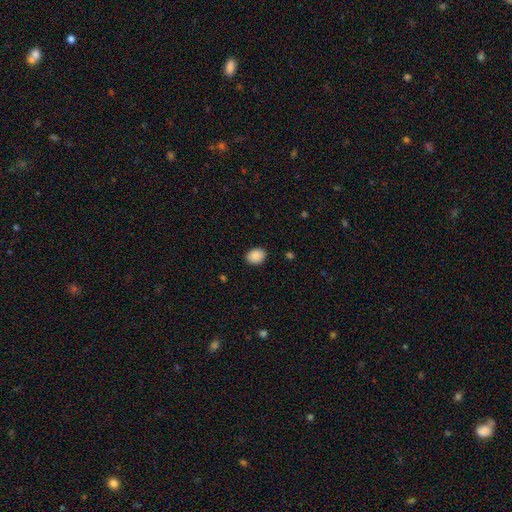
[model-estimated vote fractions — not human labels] This is clearly a smooth galaxy (90%). How rounded: likely in between (61%). Merging: clearly none (89%).